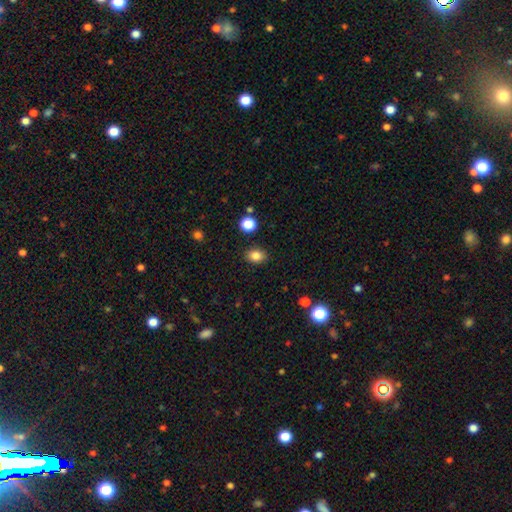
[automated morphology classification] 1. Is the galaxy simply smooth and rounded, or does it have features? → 84% smooth, 11% star or artifact, 5% featured or disk.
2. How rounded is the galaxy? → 65% in between, 34% round, 1% cigar-shaped.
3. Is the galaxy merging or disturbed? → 88% none, 8% minor disturbance, 2% major disturbance, 2% merger.